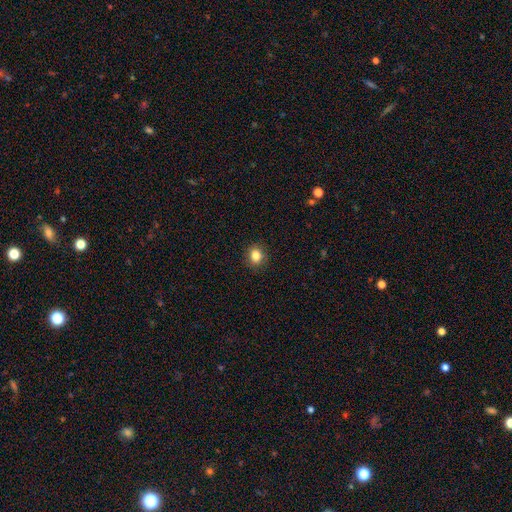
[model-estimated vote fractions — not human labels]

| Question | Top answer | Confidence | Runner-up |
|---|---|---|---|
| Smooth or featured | smooth | 83% | star or artifact (11%) |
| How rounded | round | 69% | in between (30%) |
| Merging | none | 89% | minor disturbance (8%) |